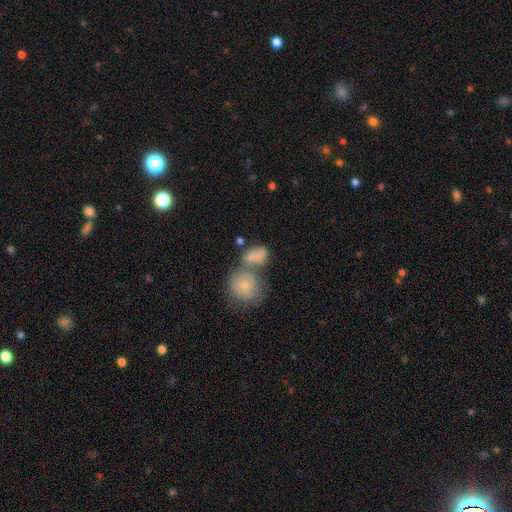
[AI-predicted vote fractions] Overall: smooth (76%). How rounded: in between (68%; round 30%). Merging: merger (55%; none 27%).